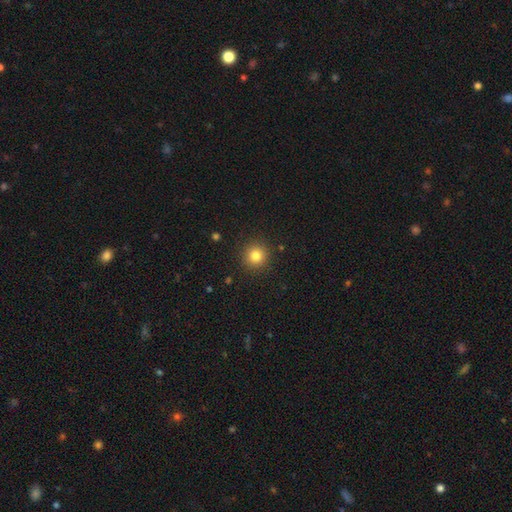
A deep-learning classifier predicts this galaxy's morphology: Overall: smooth (82%). How rounded: round (94%). Merging: none (91%).